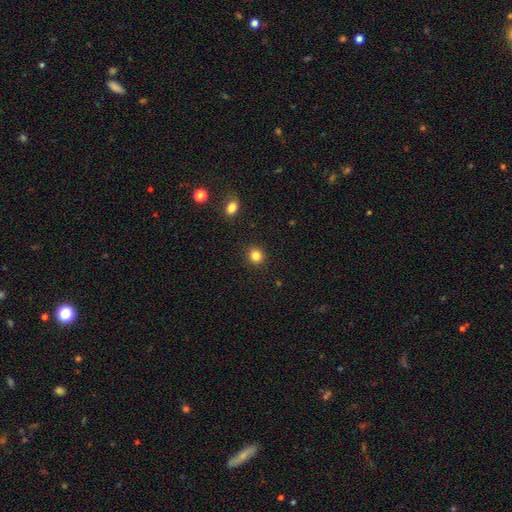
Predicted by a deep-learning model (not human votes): Smooth or featured? smooth (84%)
How rounded? round (87%)
Merging? none (92%)